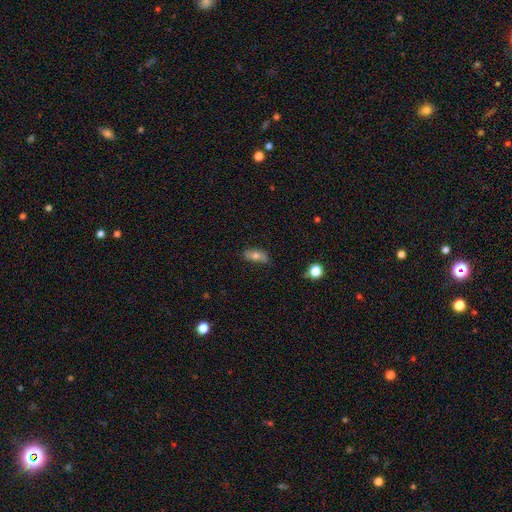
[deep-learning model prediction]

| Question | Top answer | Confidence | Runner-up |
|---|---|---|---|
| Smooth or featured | smooth | 62% | featured or disk (29%) |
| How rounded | in between | 81% | cigar-shaped (13%) |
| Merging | none | 69% | minor disturbance (24%) |